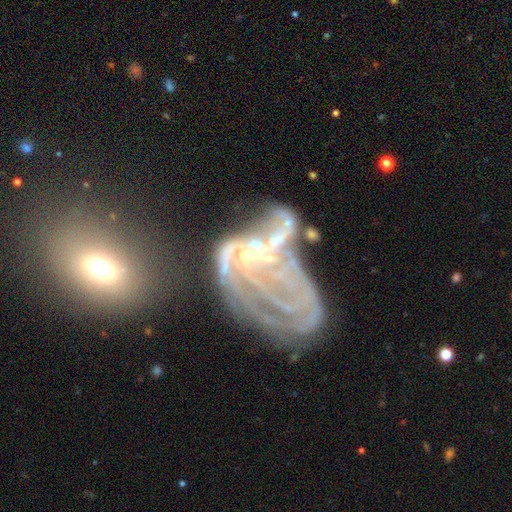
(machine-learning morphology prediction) Overall: featured or disk (76%). Edge-on disk: no (97%). Bar: no (65%). Spiral arms: yes (66%; no 34%). Bulge size: small (45%; none 37%). Merging: major disturbance (40%; merger 38%).